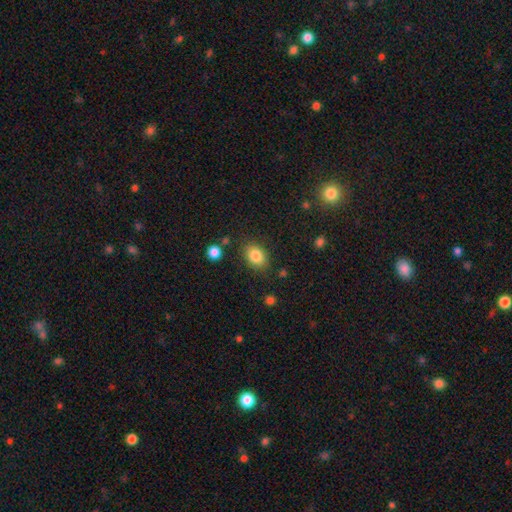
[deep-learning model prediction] Q: Smooth or featured?
A: smooth (84%); runner-up: star or artifact (9%)
Q: How rounded?
A: in between (71%); runner-up: round (27%)
Q: Merging?
A: none (81%); runner-up: minor disturbance (12%)